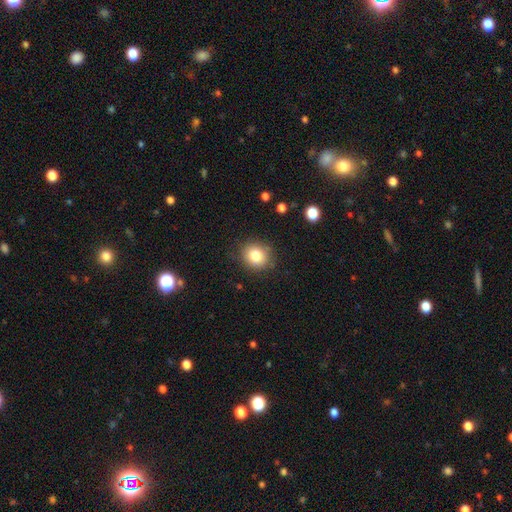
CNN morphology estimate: This is clearly a smooth galaxy (81%). How rounded: likely round (78%). Merging: clearly none (85%).